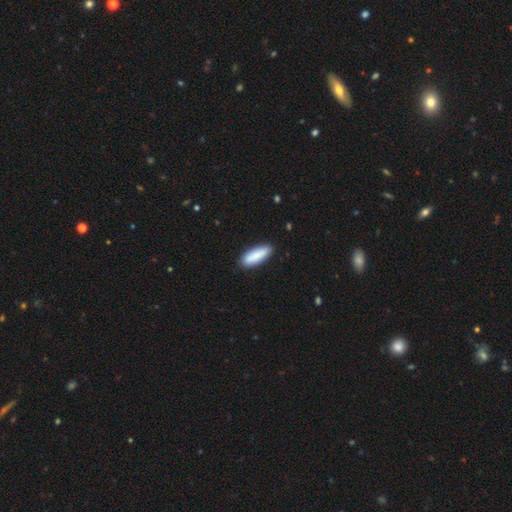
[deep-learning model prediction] This is clearly a smooth galaxy (87%). How rounded: possibly in between (59%). Merging: clearly none (87%).